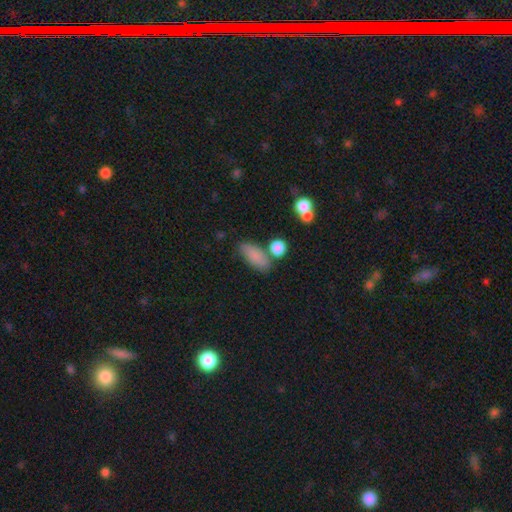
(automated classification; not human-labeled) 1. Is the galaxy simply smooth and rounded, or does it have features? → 83% smooth, 9% featured or disk, 9% star or artifact.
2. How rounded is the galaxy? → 79% in between, 15% cigar-shaped, 6% round.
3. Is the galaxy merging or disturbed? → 66% none, 16% minor disturbance, 13% merger, 5% major disturbance.